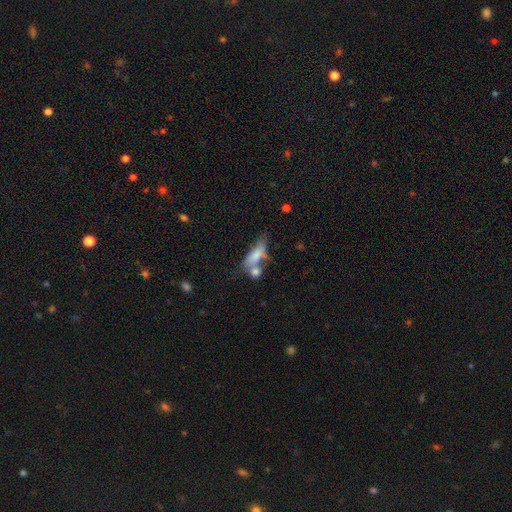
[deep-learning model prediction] Smooth or featured? Predicted: smooth (p=0.69). How rounded? Predicted: in between (p=0.65). Merging? Predicted: merger (p=0.40).